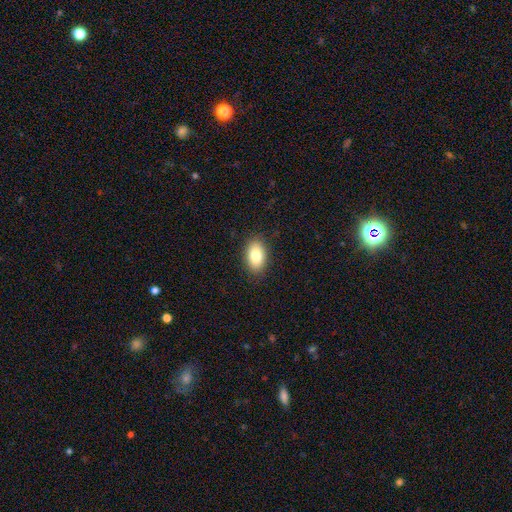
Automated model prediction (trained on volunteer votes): smooth_or_featured: smooth (p=0.83) [alt: featured or disk p=0.10]
how_rounded: in between (p=0.91) [alt: round p=0.06]
merging: none (p=0.88) [alt: minor disturbance p=0.09]